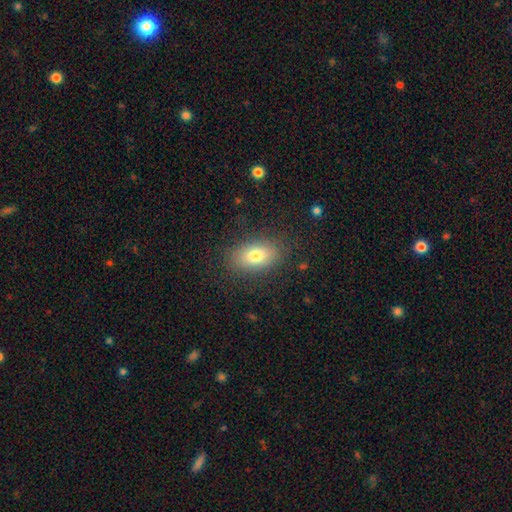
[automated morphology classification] The model was most divided on "smooth or featured": smooth: 77%, featured or disk: 13%, star or artifact: 9%. More confident: how rounded — in between (87%); merging — none (84%).